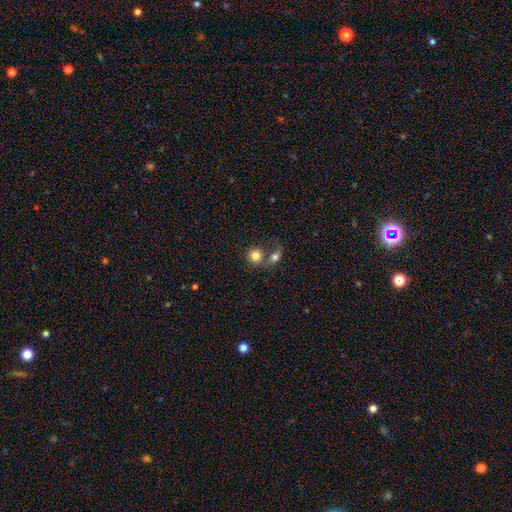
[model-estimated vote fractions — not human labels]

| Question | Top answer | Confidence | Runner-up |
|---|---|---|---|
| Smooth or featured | smooth | 81% | featured or disk (9%) |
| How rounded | round | 84% | in between (15%) |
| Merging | merger | 45% | none (42%) |